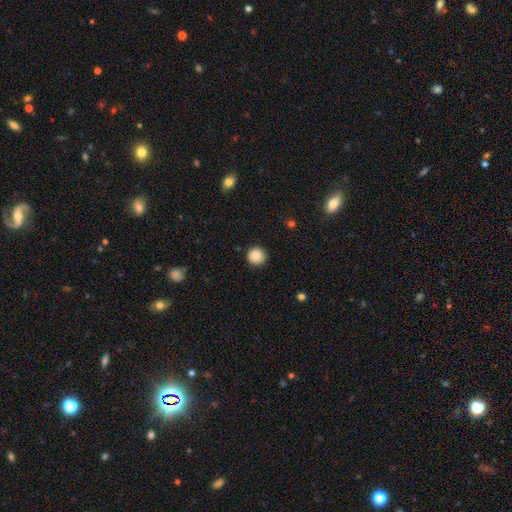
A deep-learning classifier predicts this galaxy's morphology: Smooth or featured? Predicted: smooth (p=0.88). How rounded? Predicted: round (p=0.94). Merging? Predicted: none (p=0.89).